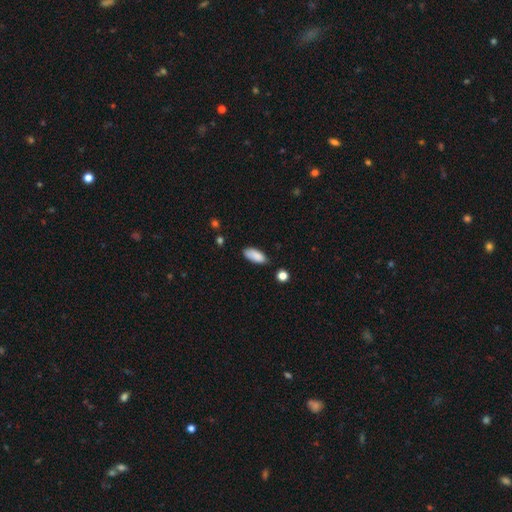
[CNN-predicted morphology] A smooth galaxy with no disk features (88%) that is in between round and cigar-shaped (85%).

Vote fractions:
- Smooth or featured? smooth: 88% / star or artifact: 7% / featured or disk: 5%
- How rounded? in between: 85% / cigar-shaped: 14% / round: 2%
- Merging? none: 75% / minor disturbance: 19% / major disturbance: 3% / merger: 3%